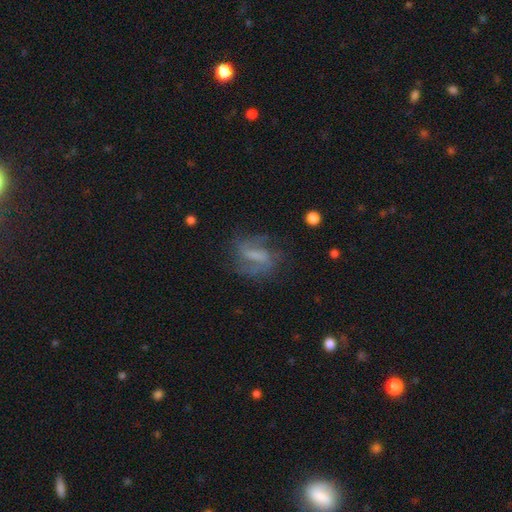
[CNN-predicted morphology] Smooth or featured? Predicted: featured or disk (p=0.67). Edge-on disk? Predicted: no (p=0.94). Bar? Predicted: strong (p=0.43). Spiral arms? Predicted: yes (p=0.83). Spiral winding? Predicted: medium (p=0.42). Spiral arm count? Predicted: 2 (p=0.69). Bulge size? Predicted: none (p=0.50). Merging? Predicted: none (p=0.62).